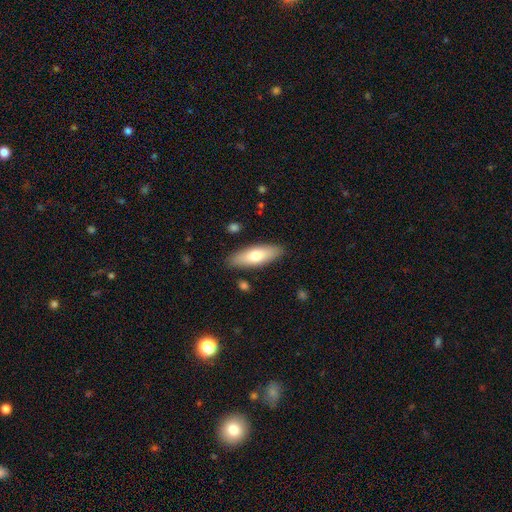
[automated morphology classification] Smooth or featured? smooth (70%)
How rounded? in between (59%)
Merging? none (87%)